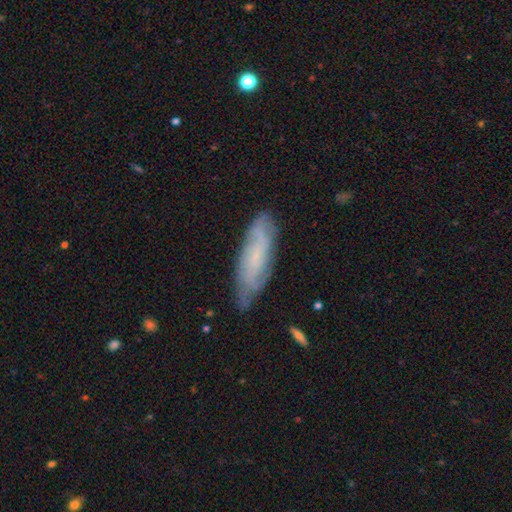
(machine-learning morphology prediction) Smooth or featured: featured or disk — 55% (smooth — 37%)
Edge-on disk: no — 75% (yes — 25%)
Merging: none — 75% (minor disturbance — 19%)